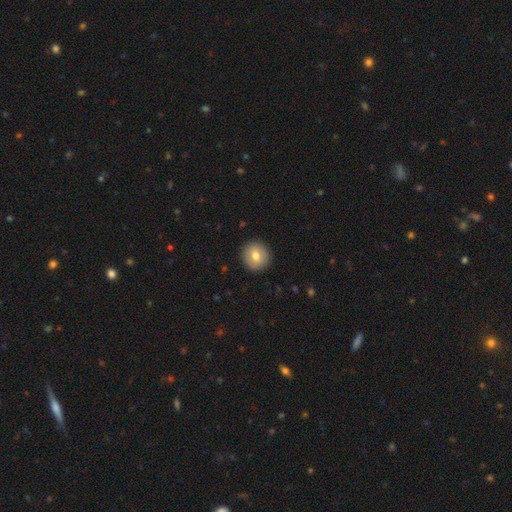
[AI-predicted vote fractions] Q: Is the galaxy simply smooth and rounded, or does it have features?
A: smooth — 73%.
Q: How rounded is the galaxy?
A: round — 93%.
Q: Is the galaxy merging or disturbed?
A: none — 91%.